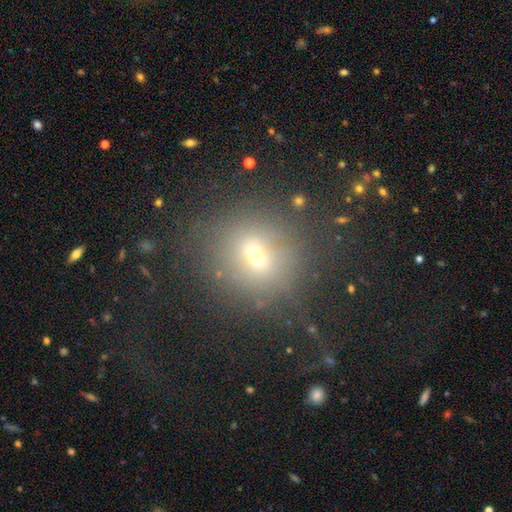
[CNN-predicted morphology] smooth 56%, star or artifact 27%, featured or disk 17%. Down the decision tree: how rounded — round (77%); merging — none (74%).